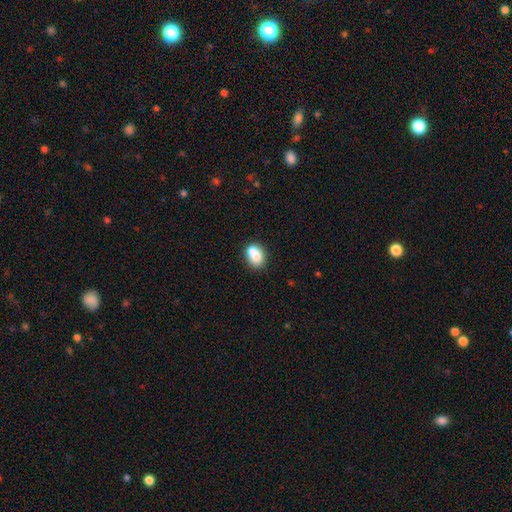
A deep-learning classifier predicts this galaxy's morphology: A smooth galaxy with no disk features (73%) that is in between round and cigar-shaped (63%).

Vote fractions:
- Smooth or featured? smooth: 73% / featured or disk: 18% / star or artifact: 9%
- How rounded? in between: 63% / round: 36% / cigar-shaped: 2%
- Merging? merger: 47% / none: 38% / minor disturbance: 11% / major disturbance: 4%